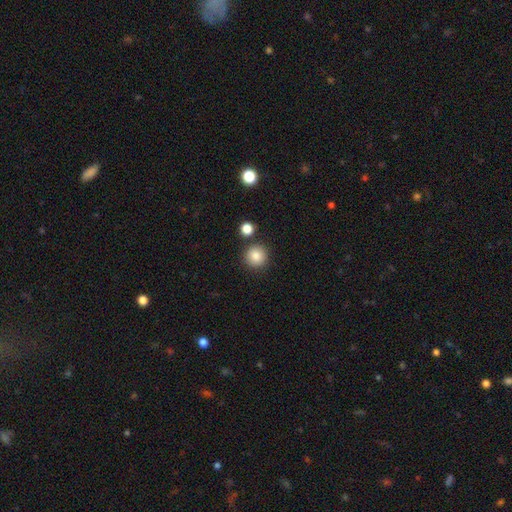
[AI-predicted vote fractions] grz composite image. It shows a smooth galaxy with no disk features (86%) that is round (94%). Merging: none (87%).